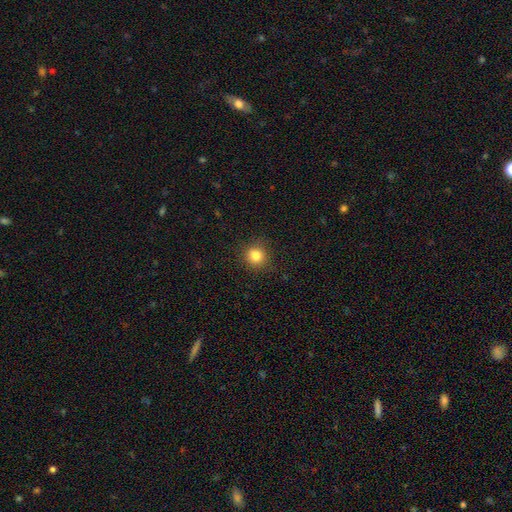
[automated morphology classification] A smooth galaxy with no disk features (83%) that is round (91%).

Vote fractions:
- Smooth or featured? smooth: 83% / star or artifact: 12% / featured or disk: 6%
- How rounded? round: 91% / in between: 8% / cigar-shaped: 1%
- Merging? none: 89% / minor disturbance: 7% / major disturbance: 2% / merger: 1%